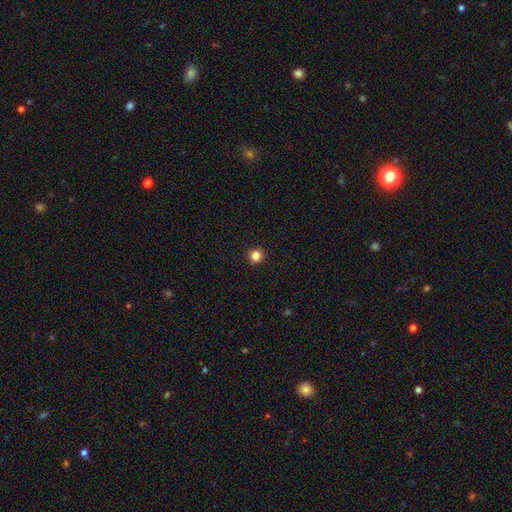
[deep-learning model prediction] The model was most divided on "smooth or featured": smooth: 83%, star or artifact: 13%, featured or disk: 4%. More confident: how rounded — round (95%); merging — none (92%).